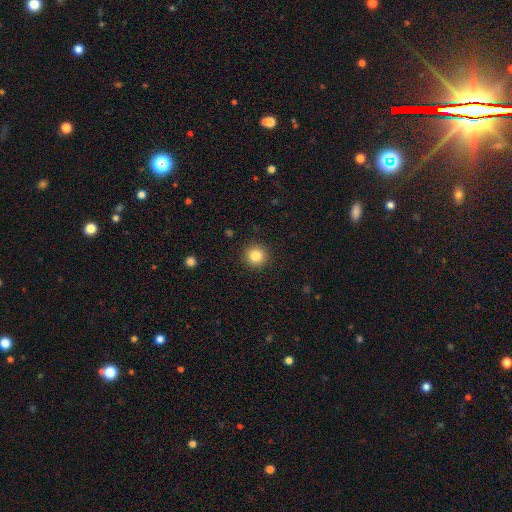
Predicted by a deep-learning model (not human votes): This is clearly a smooth galaxy (84%). How rounded: clearly round (95%). Merging: clearly none (92%).